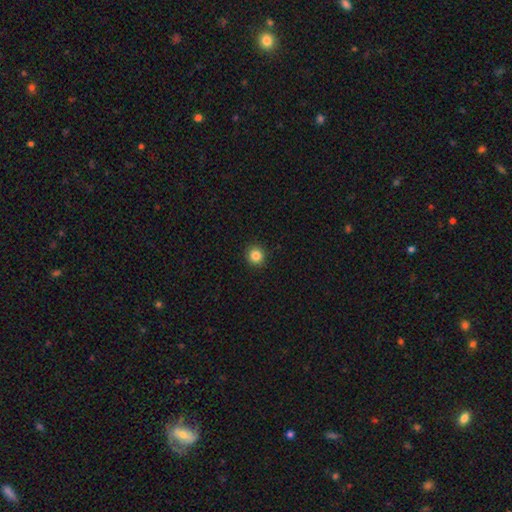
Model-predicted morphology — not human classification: Smooth or featured?
  - smooth: 84% *
  - star or artifact: 12%
  - featured or disk: 4%
How rounded?
  - round: 94% *
  - in between: 5%
  - cigar-shaped: 1%
Merging?
  - none: 92% *
  - minor disturbance: 5%
  - major disturbance: 2%
  - merger: 1%